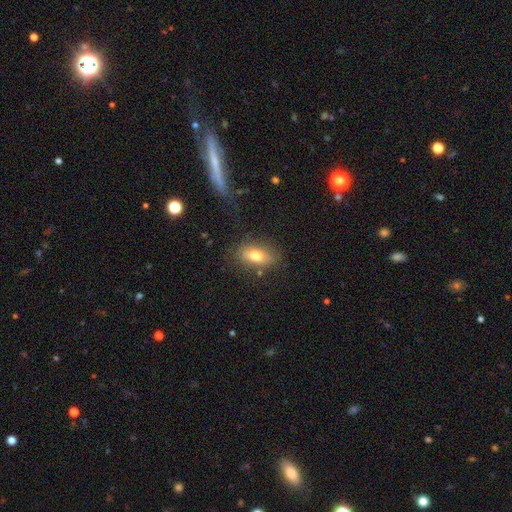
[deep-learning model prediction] Smooth or featured? Predicted: smooth (p=0.75). How rounded? Predicted: in between (p=0.86). Merging? Predicted: none (p=0.75).